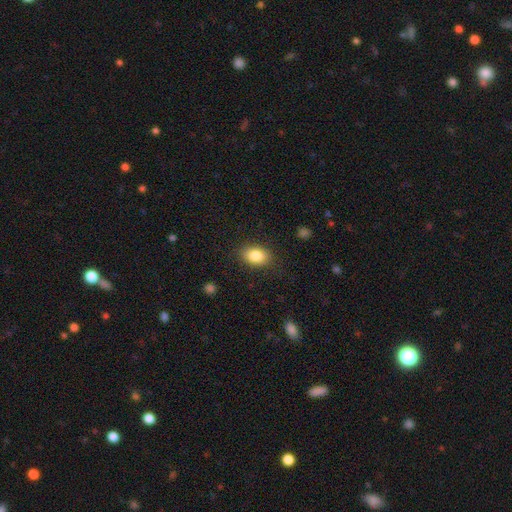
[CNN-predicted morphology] A smooth galaxy with no disk features (85%) that is in between round and cigar-shaped (83%). Merging: none (85%).